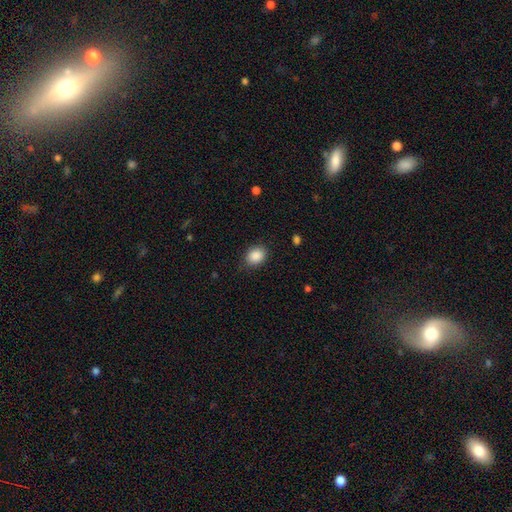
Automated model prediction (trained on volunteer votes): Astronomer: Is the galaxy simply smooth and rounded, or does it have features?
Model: smooth — 88%.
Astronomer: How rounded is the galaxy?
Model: in between — 56% (runner-up: round, 43%).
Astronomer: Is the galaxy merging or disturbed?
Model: none — 82%.